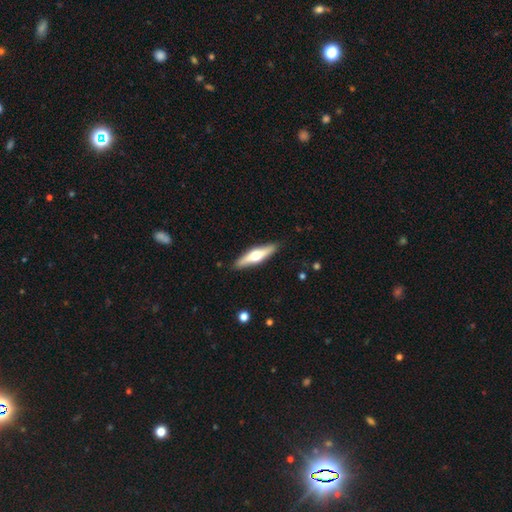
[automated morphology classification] Q: Smooth or featured?
A: featured or disk (55%); runner-up: smooth (40%)
Q: Edge-on disk?
A: yes (92%); runner-up: no (8%)
Q: Edge-on bulge?
A: rounded (94%); runner-up: none (3%)
Q: Merging?
A: none (89%); runner-up: minor disturbance (8%)